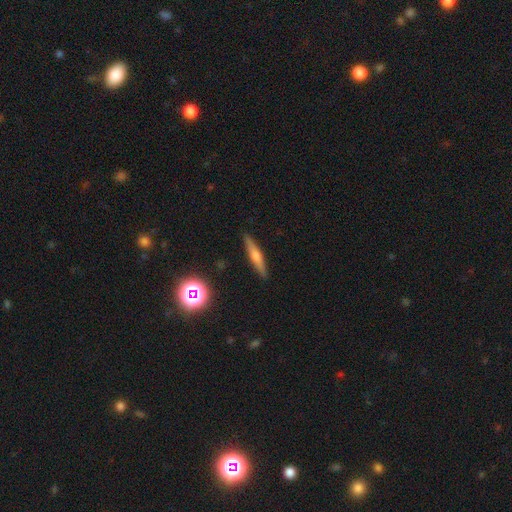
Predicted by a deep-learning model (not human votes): smooth-or-featured: featured or disk: 48% | smooth: 43% | star or artifact: 9%
  merging: none: 90% | minor disturbance: 7% | major disturbance: 2% | merger: 1%